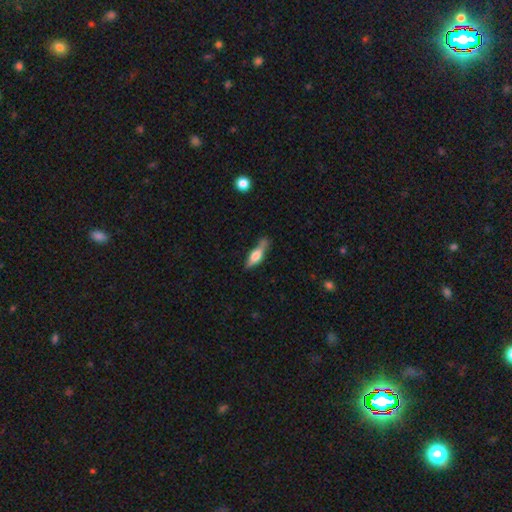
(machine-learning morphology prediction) Smooth or featured? Predicted: featured or disk (p=0.48). Merging? Predicted: none (p=0.66).